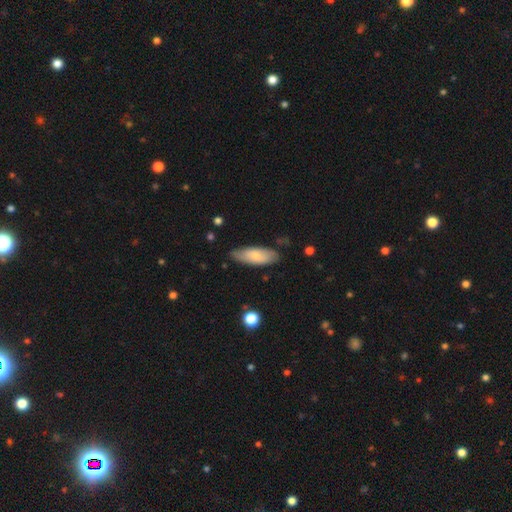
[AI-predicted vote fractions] This is likely a smooth galaxy (73%). How rounded: likely in between (69%). Merging: likely none (77%).